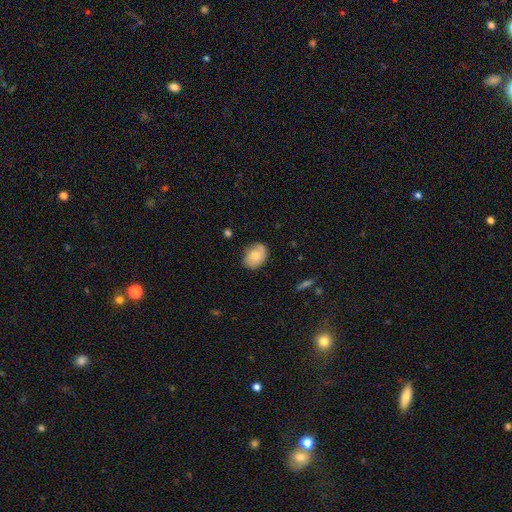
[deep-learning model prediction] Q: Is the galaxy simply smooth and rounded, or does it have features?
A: smooth — 66%.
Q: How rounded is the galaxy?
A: in between — 64%.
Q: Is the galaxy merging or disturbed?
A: none — 73%.